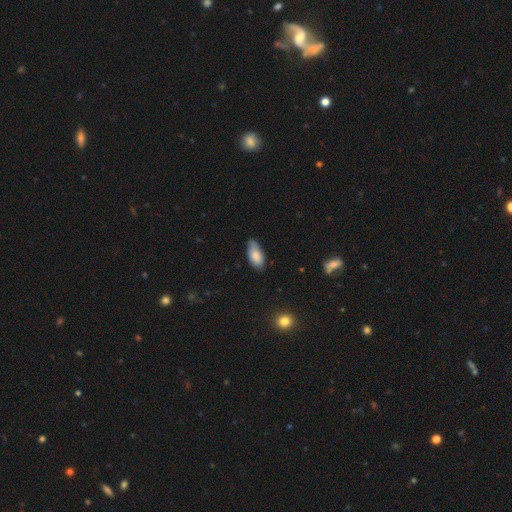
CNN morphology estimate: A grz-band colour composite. It shows a smooth galaxy with no disk features (81%) that is in between round and cigar-shaped (91%). Merging: none (68%).